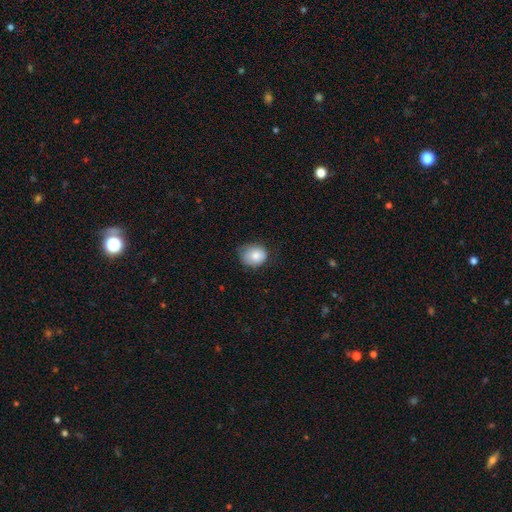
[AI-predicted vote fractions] Morphology: type=smooth (84%); roundness=round (57%); merging=none (59%).